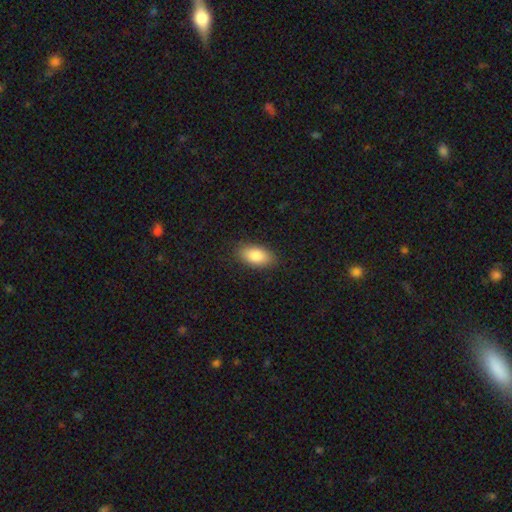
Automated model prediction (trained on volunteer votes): Smooth or featured? Predicted: smooth (p=0.85). How rounded? Predicted: in between (p=0.92). Merging? Predicted: none (p=0.85).